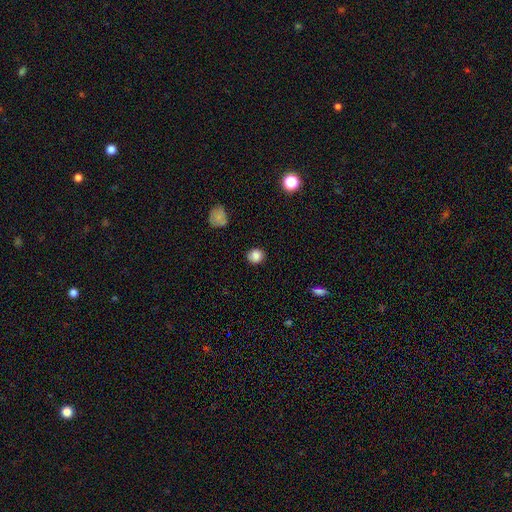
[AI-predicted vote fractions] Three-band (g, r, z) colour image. It shows a smooth galaxy with no disk features (85%) that is round (83%). Merging: none (87%).